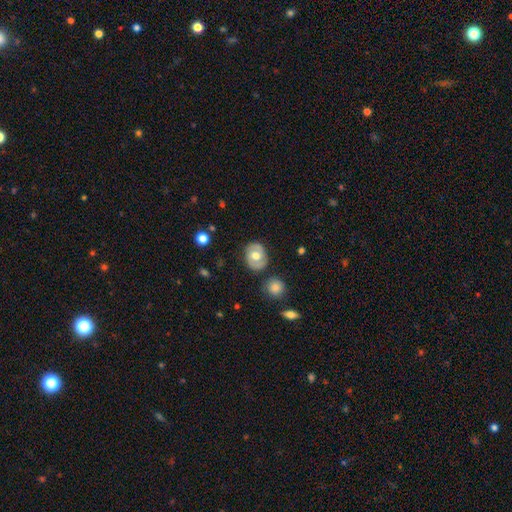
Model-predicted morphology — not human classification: Smooth or featured? featured or disk (47%)
Merging? none (80%)